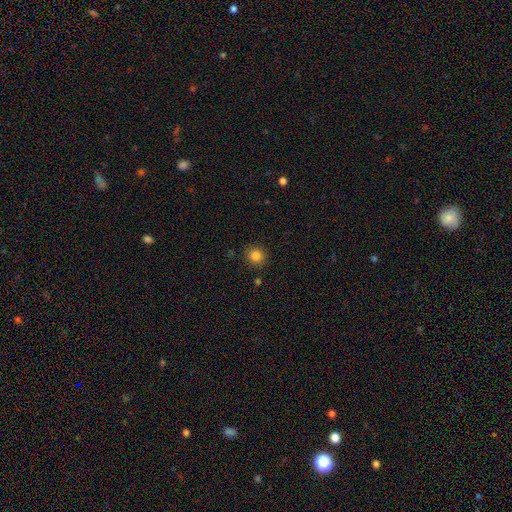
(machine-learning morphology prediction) A smooth galaxy with no disk features (84%) that is round (88%). Merging: none (87%).